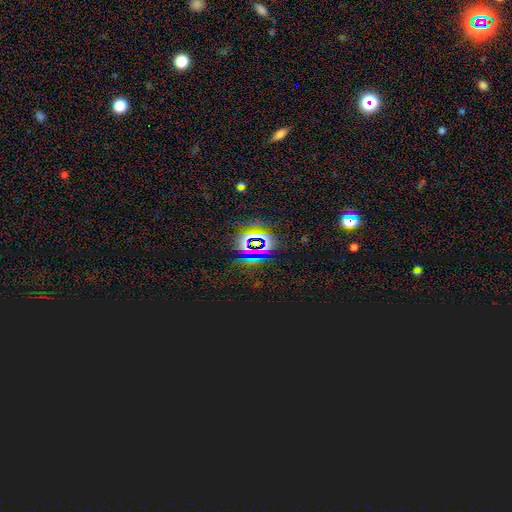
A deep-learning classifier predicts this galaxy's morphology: Smooth or featured?
  - star or artifact: 81% *
  - smooth: 11%
  - featured or disk: 8%